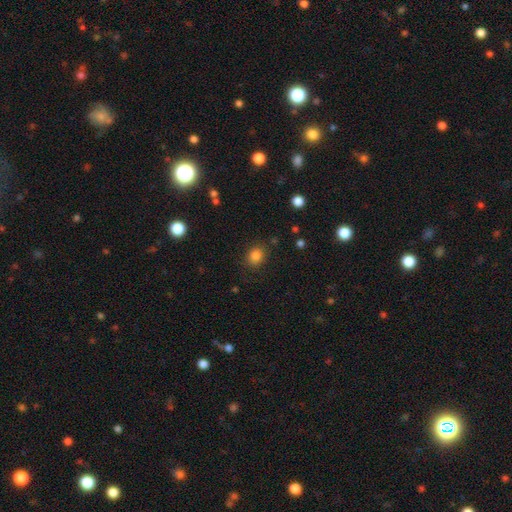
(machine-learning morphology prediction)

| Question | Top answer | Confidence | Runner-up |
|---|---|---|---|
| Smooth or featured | smooth | 84% | star or artifact (11%) |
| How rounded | round | 59% | in between (40%) |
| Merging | none | 85% | minor disturbance (10%) |